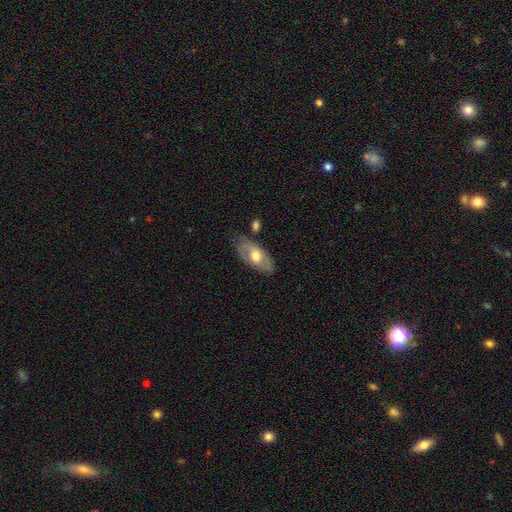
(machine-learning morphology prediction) Smooth or featured? smooth (49%)
Merging? none (70%)